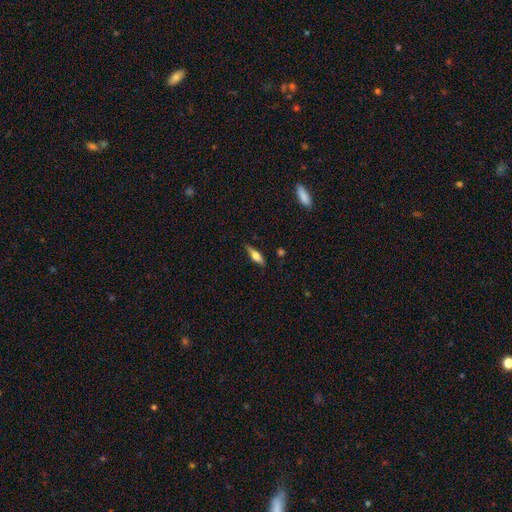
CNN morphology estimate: This is possibly a smooth galaxy (59%). How rounded: possibly cigar-shaped (53%). Merging: clearly none (82%).